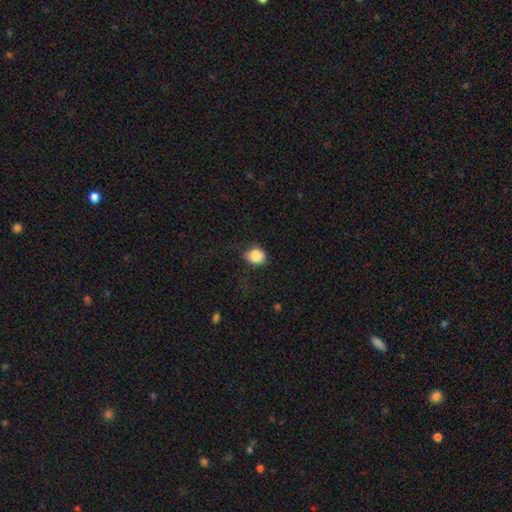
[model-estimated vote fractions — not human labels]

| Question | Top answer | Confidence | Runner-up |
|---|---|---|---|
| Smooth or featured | smooth | 84% | star or artifact (9%) |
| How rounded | round | 64% | in between (35%) |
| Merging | none | 52% | minor disturbance (31%) |